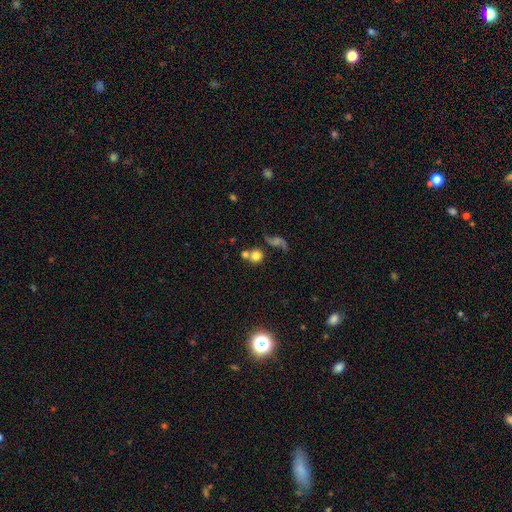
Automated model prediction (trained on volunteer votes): Smooth or featured: smooth — 72% (featured or disk — 16%)
How rounded: round — 89% (in between — 9%)
Merging: none — 49% (merger — 34%)